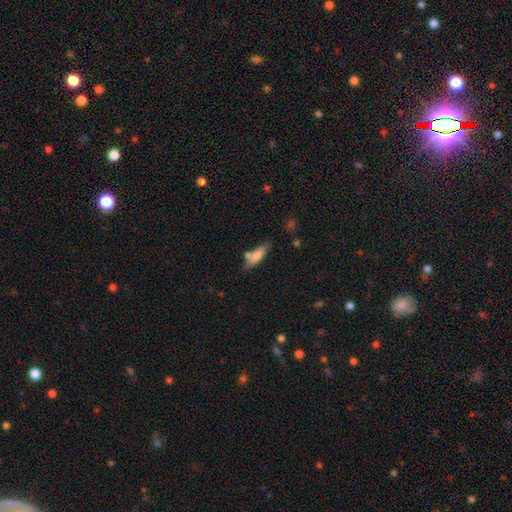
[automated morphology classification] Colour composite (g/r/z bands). It shows a smooth galaxy with no disk features (74%) that is cigar-shaped (56%). Merging: none (57%).